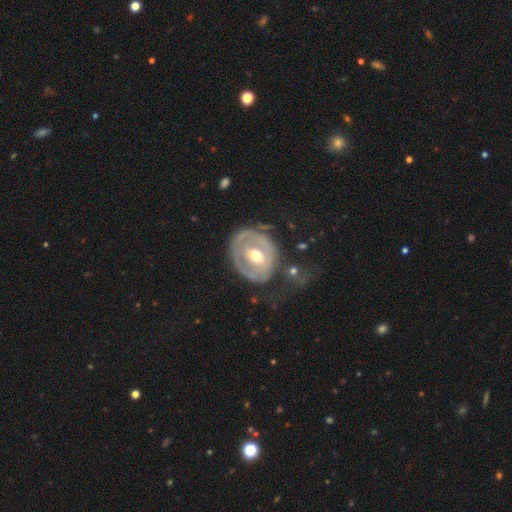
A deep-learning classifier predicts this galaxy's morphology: Overall: featured or disk (67%; smooth 27%). Edge-on disk: no (95%). Bar: no (51%; weak 33%). Spiral arms: no (64%; yes 36%). Bulge size: moderate (72%). Merging: none (55%; minor disturbance 23%).